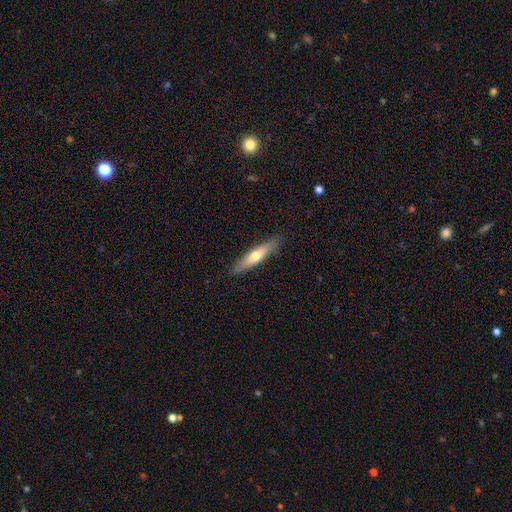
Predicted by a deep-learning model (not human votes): Q: Smooth or featured?
A: smooth (53%); runner-up: featured or disk (41%)
Q: How rounded?
A: cigar-shaped (85%); runner-up: in between (14%)
Q: Merging?
A: none (89%); runner-up: minor disturbance (9%)